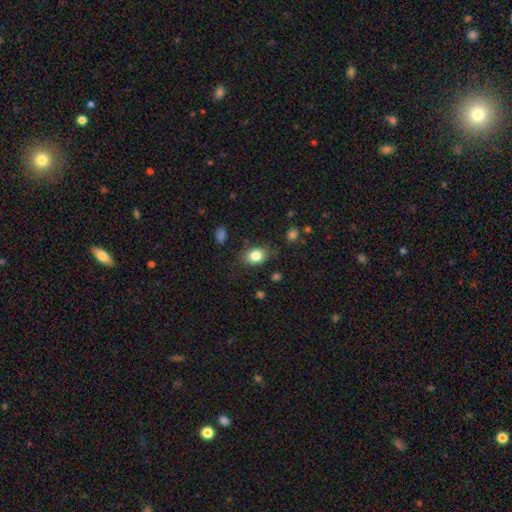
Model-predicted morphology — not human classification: A smooth galaxy with no disk features (83%) that is in between round and cigar-shaped (69%).

Vote fractions:
- Smooth or featured? smooth: 83% / star or artifact: 9% / featured or disk: 9%
- How rounded? in between: 69% / round: 30% / cigar-shaped: 1%
- Merging? none: 77% / minor disturbance: 17% / major disturbance: 5% / merger: 2%